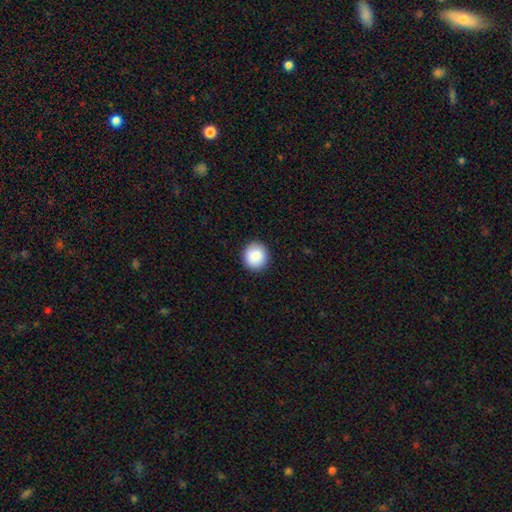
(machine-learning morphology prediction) A smooth galaxy with no disk features (86%) that is round (90%). Merging: none (92%).